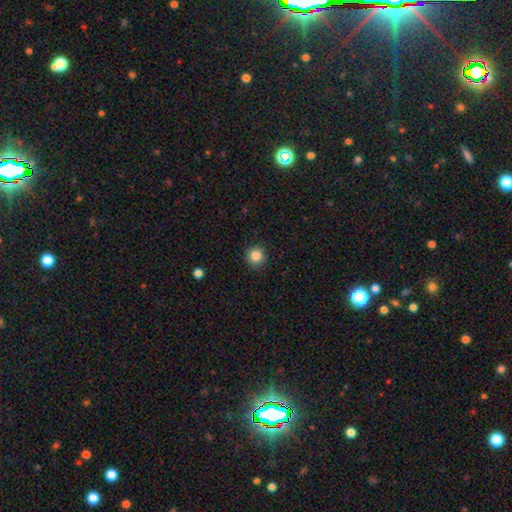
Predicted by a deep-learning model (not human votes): The model was most divided on "smooth or featured": smooth: 86%, star or artifact: 10%, featured or disk: 4%. More confident: how rounded — round (93%); merging — none (89%).